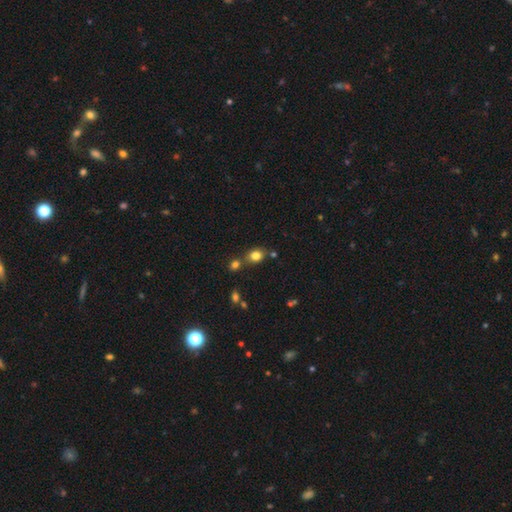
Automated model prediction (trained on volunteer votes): Smooth or featured: smooth — 80% (star or artifact — 13%)
How rounded: round — 61% (in between — 38%)
Merging: none — 65% (merger — 19%)